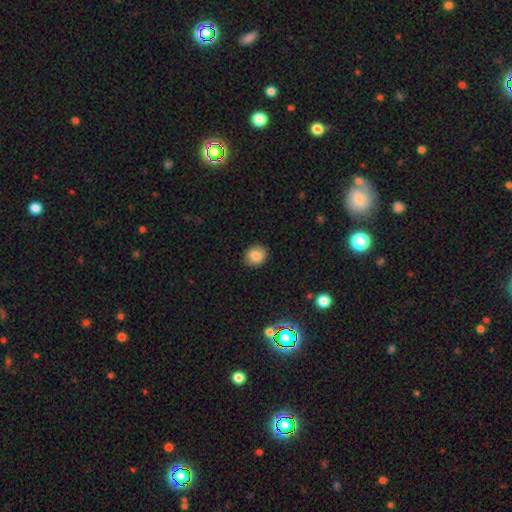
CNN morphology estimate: Smooth or featured?
  - smooth: 83% *
  - star or artifact: 10%
  - featured or disk: 7%
How rounded?
  - round: 61% *
  - in between: 38%
  - cigar-shaped: 1%
Merging?
  - none: 89% *
  - minor disturbance: 8%
  - major disturbance: 2%
  - merger: 1%